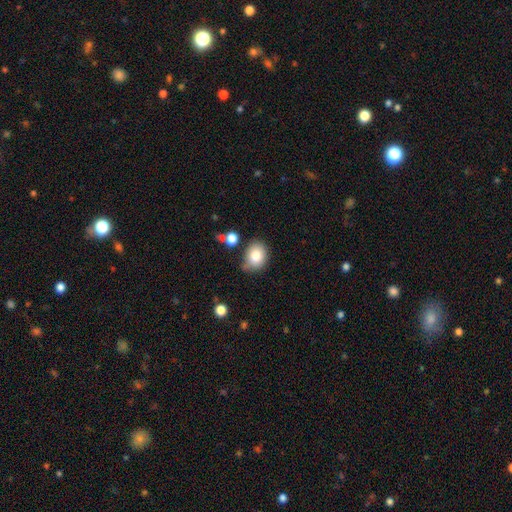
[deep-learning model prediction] The model was most divided on "how rounded": in between: 52%, round: 47%, cigar-shaped: 1%. More confident: smooth or featured — smooth (83%); merging — none (67%).